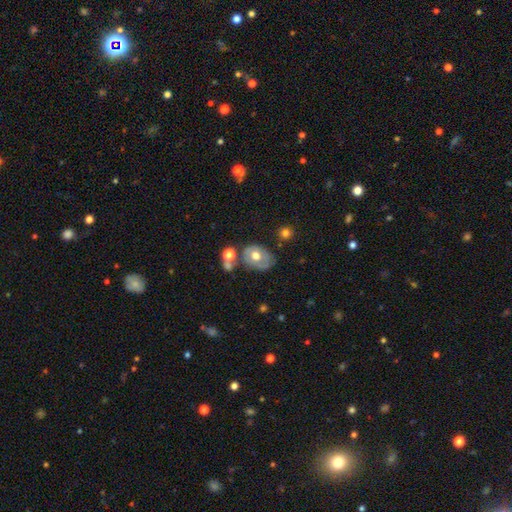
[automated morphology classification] Q: Smooth or featured?
A: smooth (48%); runner-up: featured or disk (44%)
Q: Merging?
A: none (46%); runner-up: minor disturbance (26%)